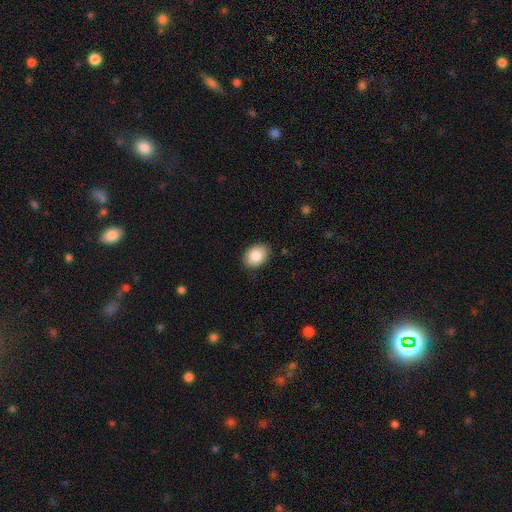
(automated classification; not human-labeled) Smooth or featured? Predicted: smooth (p=0.87). How rounded? Predicted: in between (p=0.75). Merging? Predicted: none (p=0.87).